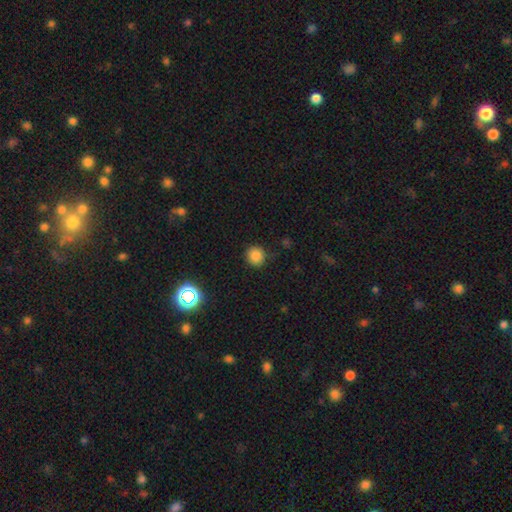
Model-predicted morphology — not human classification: Overall: smooth (83%). How rounded: round (91%). Merging: none (86%).